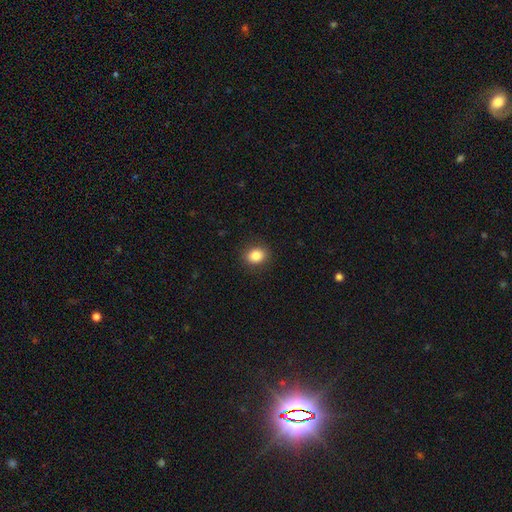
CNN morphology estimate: A smooth galaxy with no disk features (85%) that is round (57%).

Vote fractions:
- Smooth or featured? smooth: 85% / star or artifact: 10% / featured or disk: 5%
- How rounded? round: 57% / in between: 42% / cigar-shaped: 1%
- Merging? none: 89% / minor disturbance: 8% / major disturbance: 2% / merger: 1%